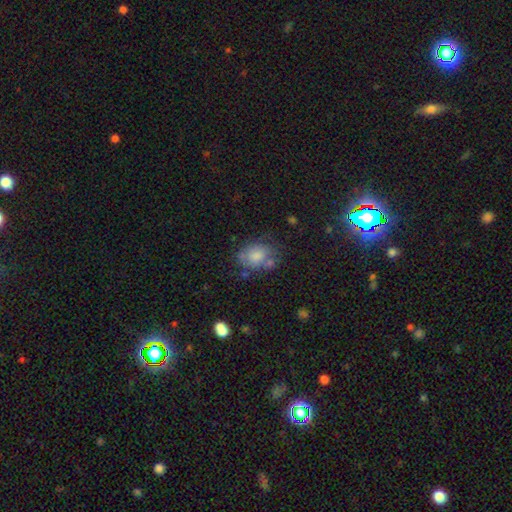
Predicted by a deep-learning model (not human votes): smooth-or-featured: smooth: 63% | featured or disk: 21% | star or artifact: 16%
  how-rounded: in between: 63% | round: 36% | cigar-shaped: 1%
  merging: none: 56% | minor disturbance: 23% | merger: 11% | major disturbance: 10%